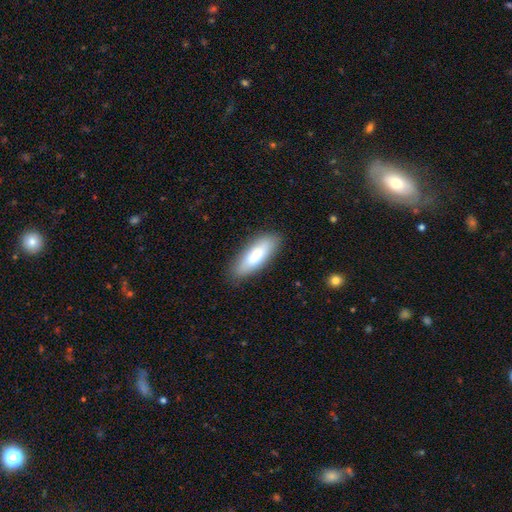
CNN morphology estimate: Smooth or featured?
  - smooth: 74% *
  - featured or disk: 19%
  - star or artifact: 7%
How rounded?
  - in between: 62% *
  - cigar-shaped: 36%
  - round: 2%
Merging?
  - none: 82% *
  - minor disturbance: 12%
  - major disturbance: 3%
  - merger: 2%